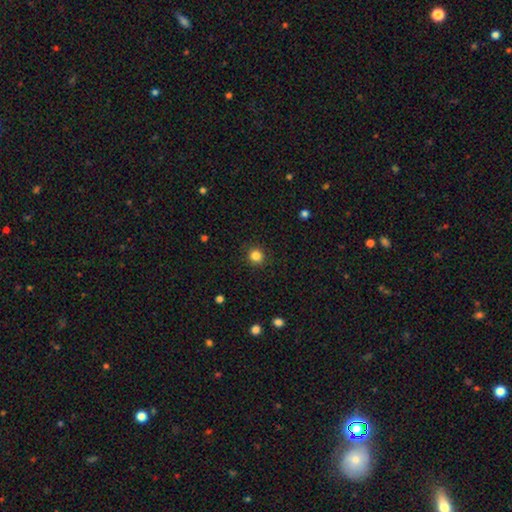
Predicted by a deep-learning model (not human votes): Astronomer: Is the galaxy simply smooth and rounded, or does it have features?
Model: smooth — 84%.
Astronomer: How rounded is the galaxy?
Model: round — 92%.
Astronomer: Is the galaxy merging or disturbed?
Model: none — 90%.